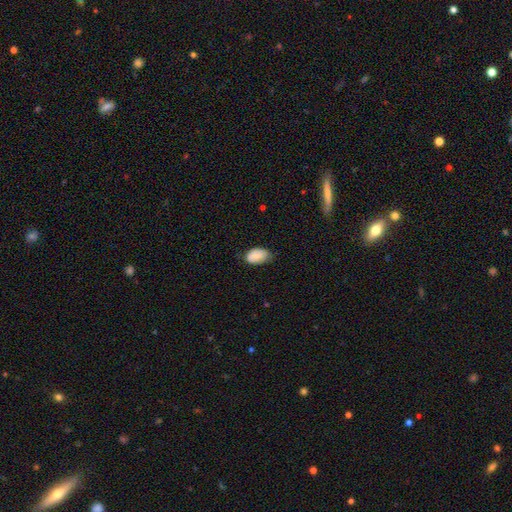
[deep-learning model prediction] The model was most divided on "merging": none: 60%, minor disturbance: 34%, major disturbance: 5%, merger: 1%. More confident: how rounded — in between (92%); smooth or featured — smooth (87%).